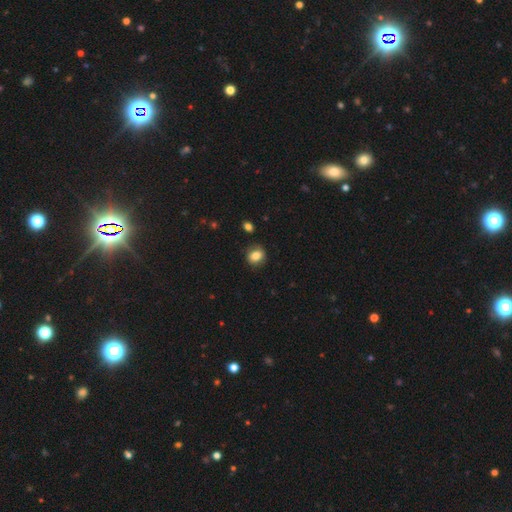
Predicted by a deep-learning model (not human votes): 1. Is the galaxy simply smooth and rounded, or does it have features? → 82% smooth, 9% star or artifact, 9% featured or disk.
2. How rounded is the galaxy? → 63% round, 36% in between, 1% cigar-shaped.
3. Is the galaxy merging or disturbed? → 83% none, 12% minor disturbance, 3% major disturbance, 2% merger.